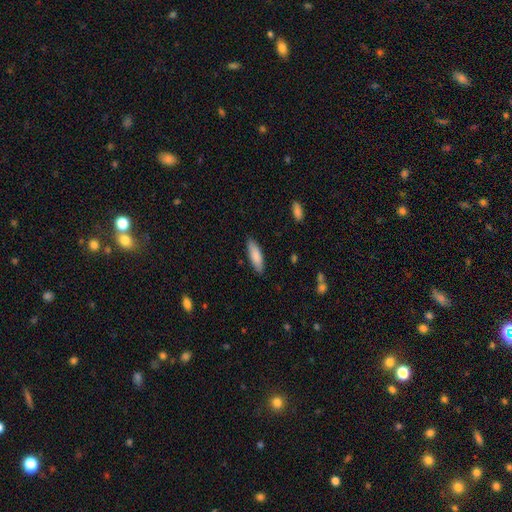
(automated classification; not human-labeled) smooth_or_featured: smooth (p=0.84) [alt: featured or disk p=0.10]
how_rounded: cigar-shaped (p=0.50) [alt: in between p=0.49]
merging: none (p=0.87) [alt: minor disturbance p=0.10]